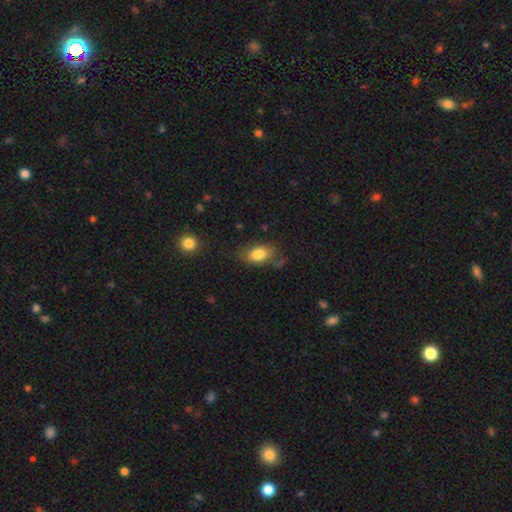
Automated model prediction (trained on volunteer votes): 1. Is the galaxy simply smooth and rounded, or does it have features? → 79% smooth, 12% featured or disk, 10% star or artifact.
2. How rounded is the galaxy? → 85% in between, 11% round, 3% cigar-shaped.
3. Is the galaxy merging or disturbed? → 69% none, 21% minor disturbance, 6% major disturbance, 4% merger.